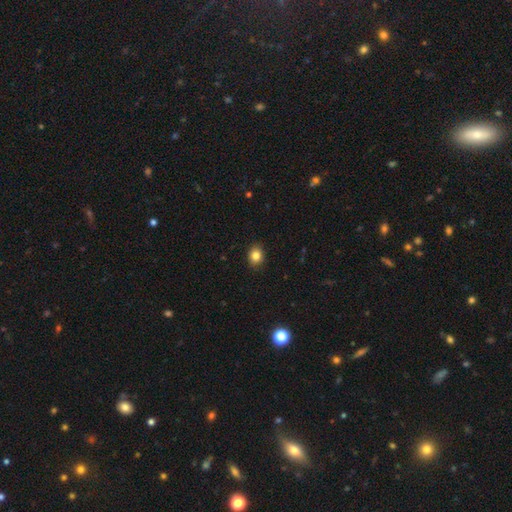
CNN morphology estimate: This appears to be a smooth galaxy with no disk features (84%) that is round (54%). Merging: none (89%).